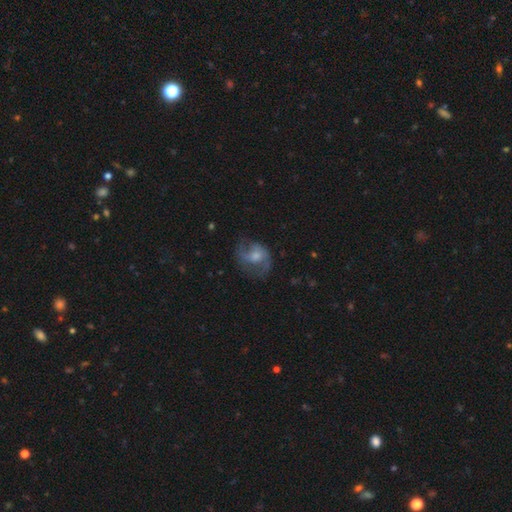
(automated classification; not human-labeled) smooth_or_featured: featured or disk (p=0.60) [alt: smooth p=0.32]
disk_edge_on: no (p=0.97) [alt: yes p=0.03]
bar: no (p=0.59) [alt: weak p=0.33]
has_spiral_arms: yes (p=0.80) [alt: no p=0.20]
bulge_size: moderate (p=0.43) [alt: small p=0.35]
merging: none (p=0.54) [alt: minor disturbance p=0.23]